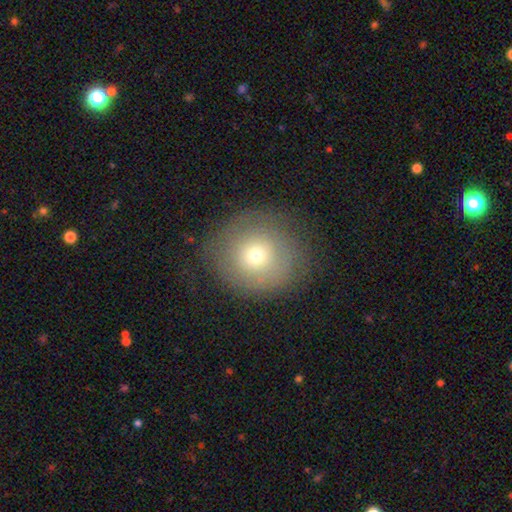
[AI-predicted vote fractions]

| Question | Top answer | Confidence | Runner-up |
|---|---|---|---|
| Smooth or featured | smooth | 64% | featured or disk (23%) |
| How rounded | round | 91% | in between (8%) |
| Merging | none | 81% | minor disturbance (12%) |